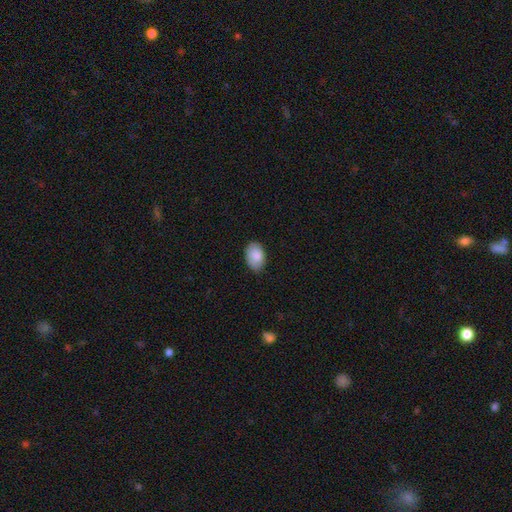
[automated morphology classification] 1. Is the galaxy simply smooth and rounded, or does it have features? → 87% smooth, 7% star or artifact, 6% featured or disk.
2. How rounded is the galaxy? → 90% in between, 9% round, 1% cigar-shaped.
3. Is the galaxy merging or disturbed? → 80% none, 17% minor disturbance, 2% major disturbance, 1% merger.